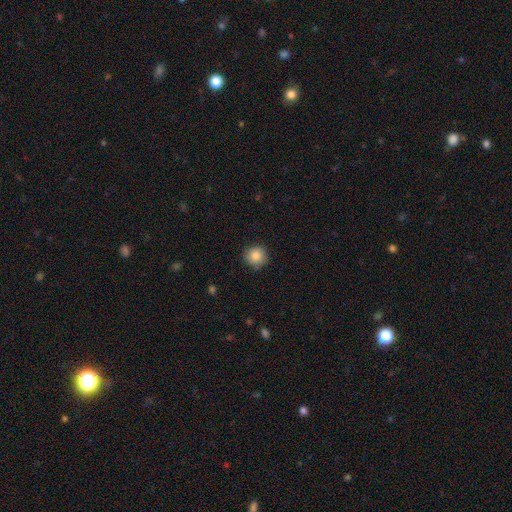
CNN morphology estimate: This appears to be a smooth galaxy with no disk features (86%) that is round (93%). Merging: none (87%).